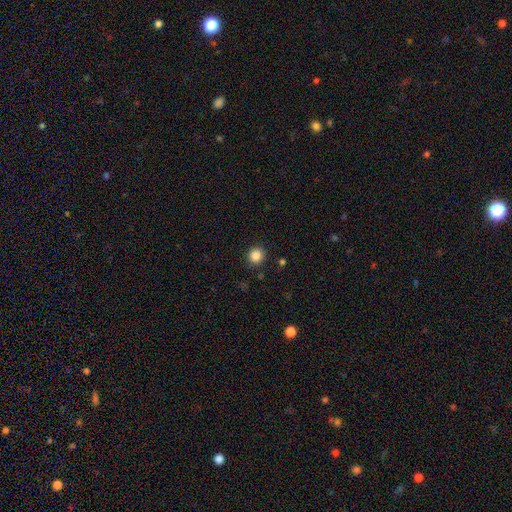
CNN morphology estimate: A smooth galaxy with no disk features (86%) that is round (90%). Merging: none (89%).